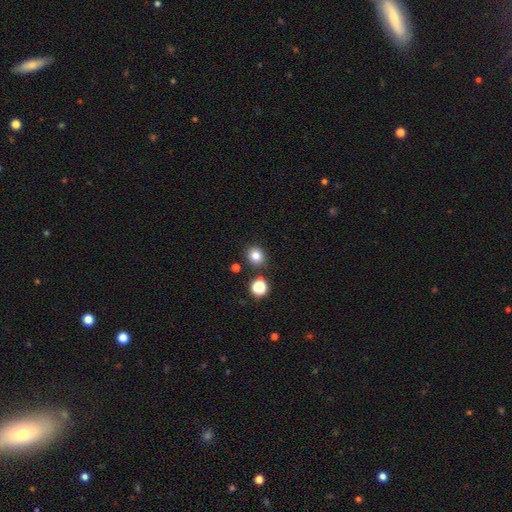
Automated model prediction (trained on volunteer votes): Smooth or featured?
  - smooth: 81% *
  - star or artifact: 13%
  - featured or disk: 5%
How rounded?
  - round: 76% *
  - in between: 23%
  - cigar-shaped: 1%
Merging?
  - none: 83% *
  - minor disturbance: 8%
  - merger: 6%
  - major disturbance: 2%